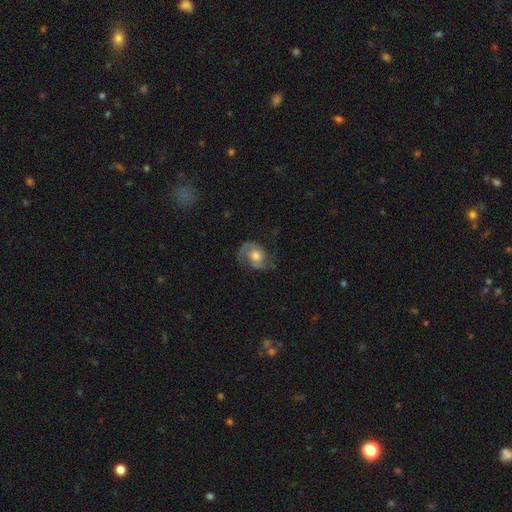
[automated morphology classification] Smooth or featured?
  - featured or disk: 72% *
  - smooth: 21%
  - star or artifact: 7%
Edge-on disk?
  - no: 97% *
  - yes: 3%
Bar?
  - no: 73% *
  - weak: 23%
  - strong: 4%
Spiral arms?
  - yes: 90% *
  - no: 10%
Spiral winding?
  - medium: 48% *
  - loose: 28%
  - tight: 25%
Spiral arm count?
  - 2: 78% *
  - 1: 9%
  - can't tell: 7%
  - 3: 2%
  - 4: 1%
  - more than 4: 1%
Bulge size?
  - moderate: 56% *
  - large: 29%
  - small: 10%
  - none: 3%
  - dominant: 2%
Merging?
  - none: 61% *
  - minor disturbance: 22%
  - major disturbance: 16%
  - merger: 2%